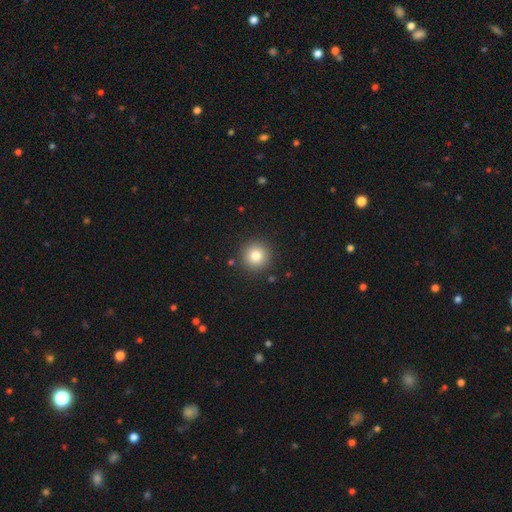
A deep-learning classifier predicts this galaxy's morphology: type=smooth (82%); roundness=round (95%); merging=none (90%).